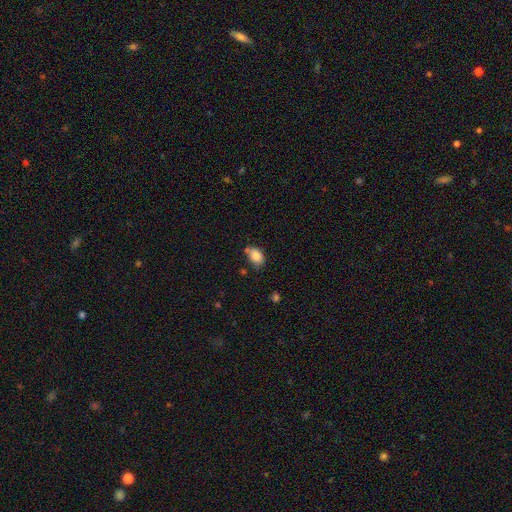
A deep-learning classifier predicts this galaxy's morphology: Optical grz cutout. It shows a smooth galaxy with no disk features (83%) that is in between round and cigar-shaped (80%). Merging: none (54%).